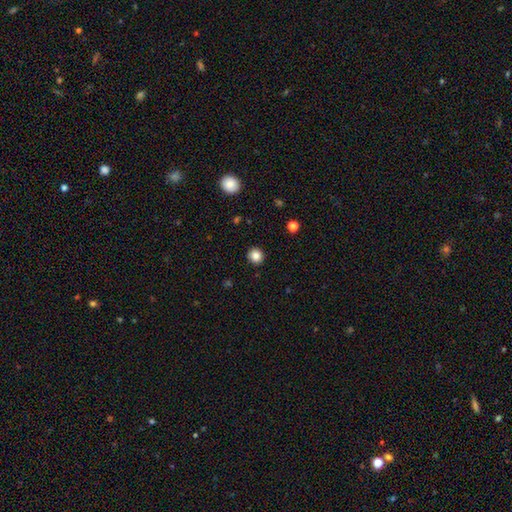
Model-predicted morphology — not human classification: This appears to be a smooth galaxy with no disk features (85%) that is round (89%). Merging: none (91%).